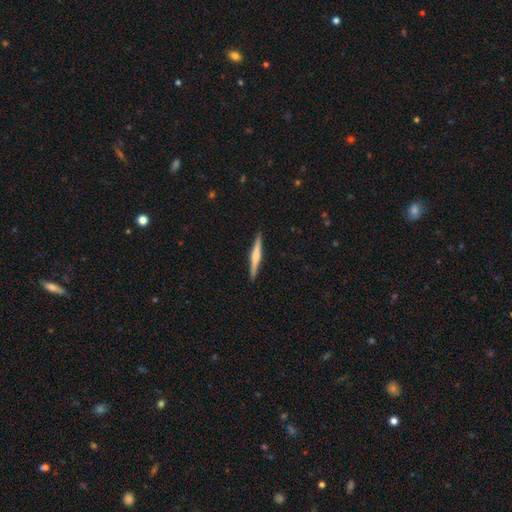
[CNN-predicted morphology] Smooth or featured?
  - featured or disk: 55% *
  - smooth: 40%
  - star or artifact: 5%
Edge-on disk?
  - yes: 98% *
  - no: 2%
Edge-on bulge?
  - rounded: 57% *
  - none: 24%
  - boxy: 19%
Merging?
  - none: 92% *
  - minor disturbance: 6%
  - major disturbance: 1%
  - merger: 1%